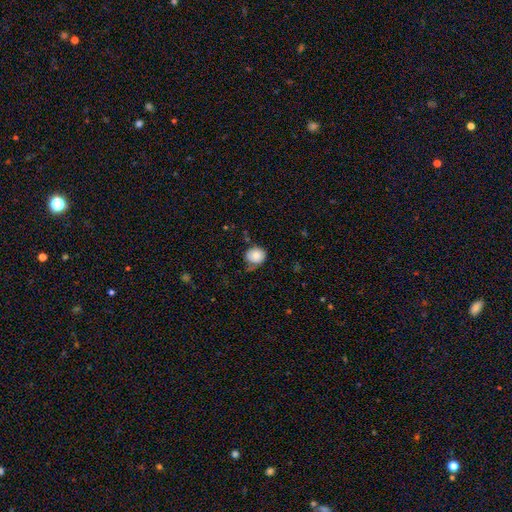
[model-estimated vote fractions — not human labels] Morphology: type=smooth (78%); roundness=round (82%); merging=none (61%).